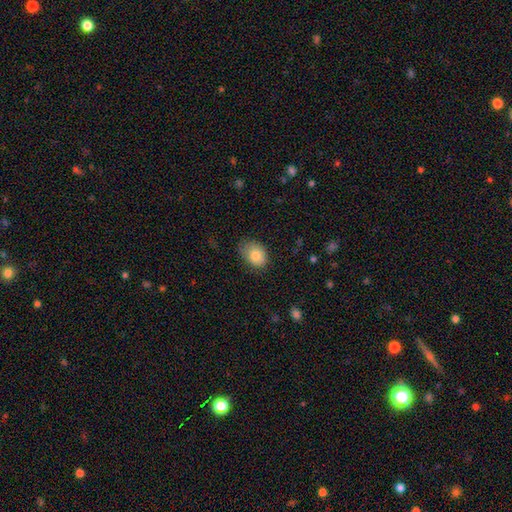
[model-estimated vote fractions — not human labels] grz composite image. It shows a smooth galaxy with no disk features (81%) that is in between round and cigar-shaped (71%). Merging: none (60%).